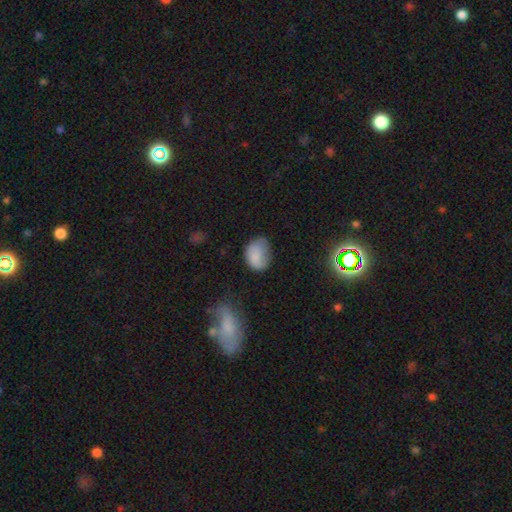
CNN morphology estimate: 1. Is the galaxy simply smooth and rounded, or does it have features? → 78% smooth, 13% featured or disk, 8% star or artifact.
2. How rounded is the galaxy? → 67% in between, 31% round, 1% cigar-shaped.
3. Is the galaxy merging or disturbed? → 48% none, 35% minor disturbance, 14% major disturbance, 3% merger.